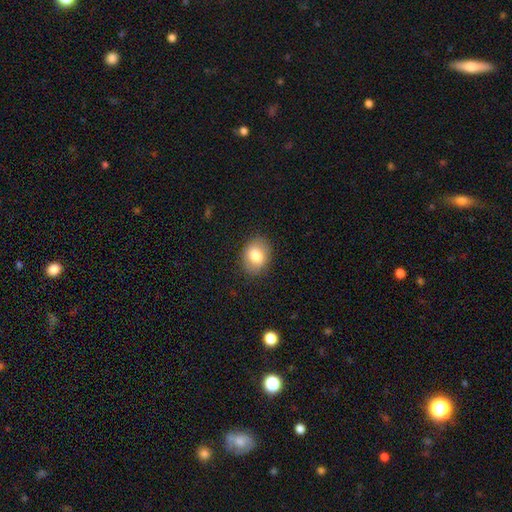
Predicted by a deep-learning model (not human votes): Q: Smooth or featured?
A: smooth (80%); runner-up: featured or disk (12%)
Q: How rounded?
A: in between (61%); runner-up: round (38%)
Q: Merging?
A: none (86%); runner-up: minor disturbance (10%)